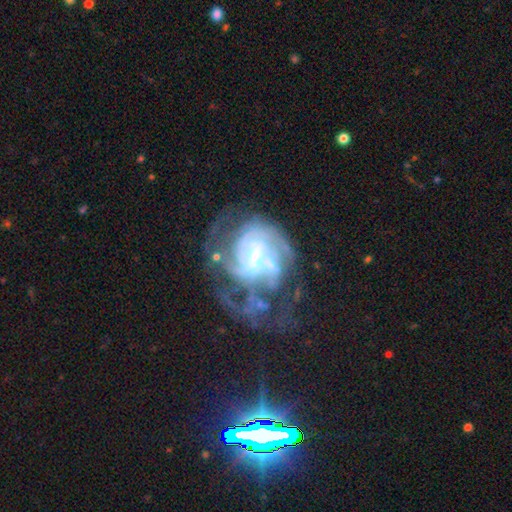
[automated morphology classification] Smooth or featured?
  - featured or disk: 82% *
  - smooth: 9%
  - star or artifact: 9%
Edge-on disk?
  - no: 98% *
  - yes: 2%
Bar?
  - weak: 45% *
  - no: 33%
  - strong: 22%
Spiral arms?
  - yes: 85% *
  - no: 15%
Spiral winding?
  - tight: 51% *
  - medium: 35%
  - loose: 14%
Spiral arm count?
  - can't tell: 41% *
  - 2: 20%
  - 3: 16%
  - 4: 10%
  - 1: 6%
  - more than 4: 6%
Bulge size?
  - small: 55% *
  - moderate: 23%
  - none: 17%
  - large: 4%
  - dominant: 1%
Merging?
  - none: 37% *
  - major disturbance: 35%
  - minor disturbance: 18%
  - merger: 11%